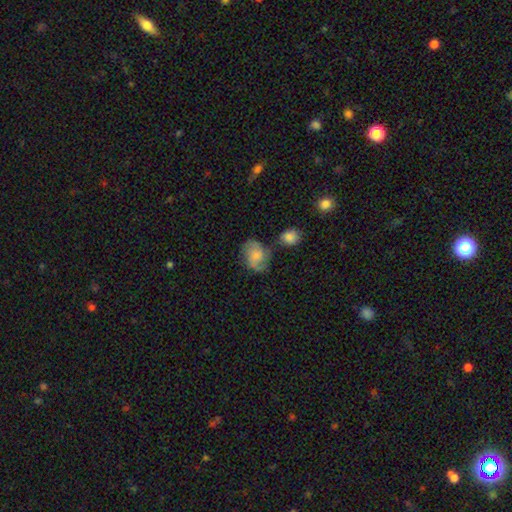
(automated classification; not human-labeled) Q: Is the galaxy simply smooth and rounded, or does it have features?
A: featured or disk — 46%.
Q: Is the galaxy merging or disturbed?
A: none — 54%.